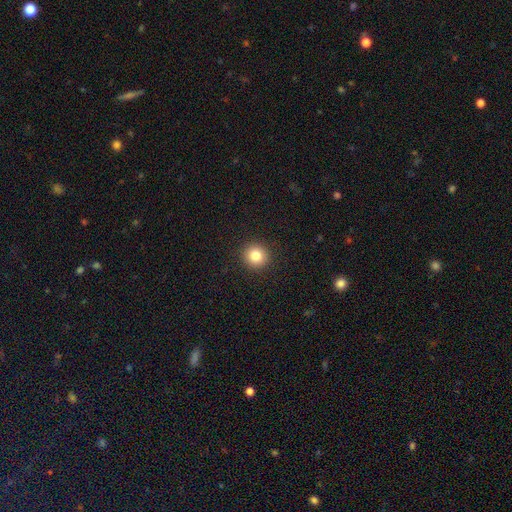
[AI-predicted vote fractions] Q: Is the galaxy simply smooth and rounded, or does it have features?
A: smooth — 83%.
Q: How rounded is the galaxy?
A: round — 93%.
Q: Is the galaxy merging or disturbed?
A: none — 93%.